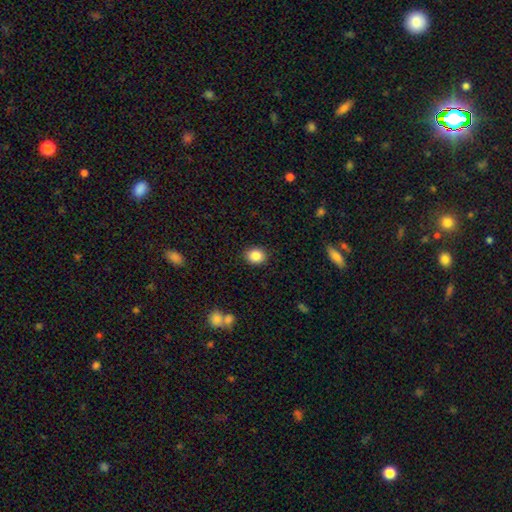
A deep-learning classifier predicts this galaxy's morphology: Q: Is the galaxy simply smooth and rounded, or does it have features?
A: smooth — 86%.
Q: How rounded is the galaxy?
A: round — 59%.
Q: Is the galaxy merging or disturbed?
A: none — 90%.